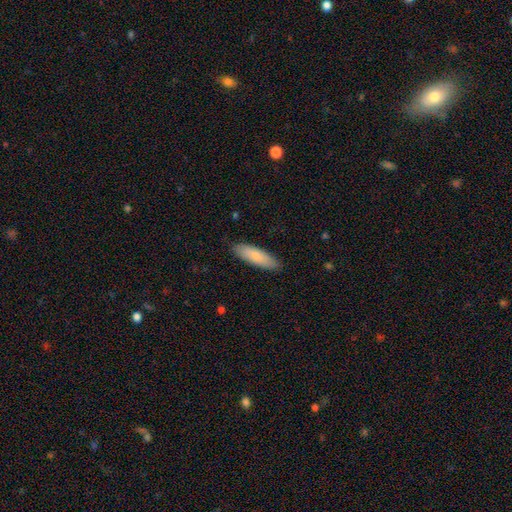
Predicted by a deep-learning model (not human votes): Smooth or featured: smooth — 79% (featured or disk — 15%)
How rounded: cigar-shaped — 53% (in between — 46%)
Merging: none — 88% (minor disturbance — 10%)